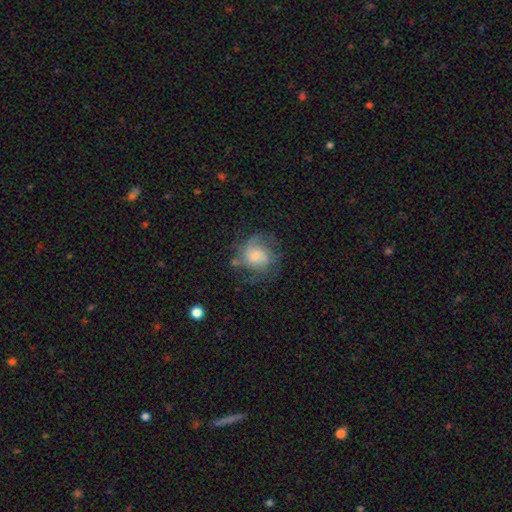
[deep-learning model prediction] A featured or disk galaxy (54%) with no bar (77%), spiral arms (78%) and a small central bulge (39%). Merging: none (54%).